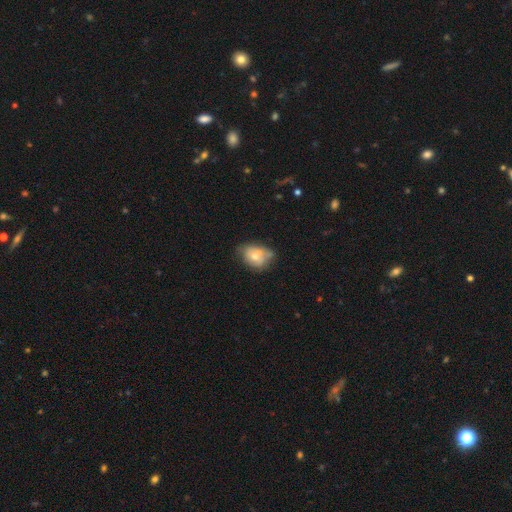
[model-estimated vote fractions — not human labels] A smooth galaxy with no disk features (58%) that is in between round and cigar-shaped (65%). Merging: none (43%).